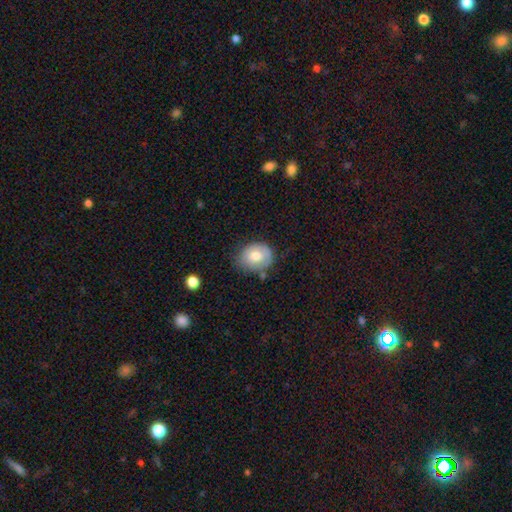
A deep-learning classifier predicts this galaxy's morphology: A smooth galaxy with no disk features (71%) that is round (51%).

Vote fractions:
- Smooth or featured? smooth: 71% / featured or disk: 21% / star or artifact: 7%
- How rounded? round: 51% / in between: 49% / cigar-shaped: 1%
- Merging? none: 62% / minor disturbance: 28% / major disturbance: 6% / merger: 4%